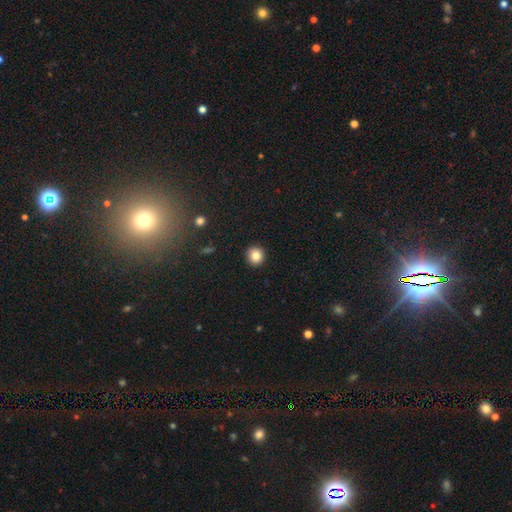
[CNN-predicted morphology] The model was most divided on "smooth or featured": smooth: 84%, star or artifact: 10%, featured or disk: 6%. More confident: how rounded — round (93%); merging — none (92%).